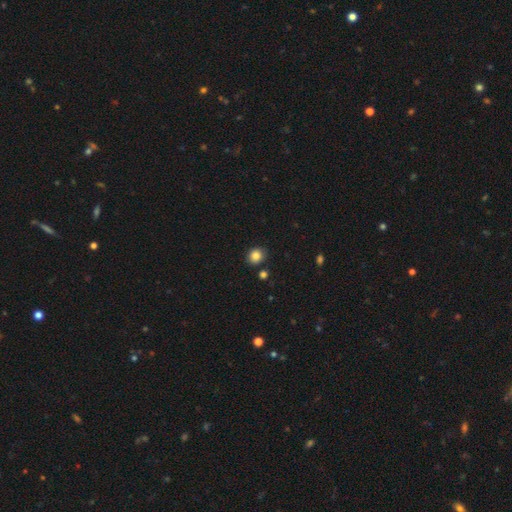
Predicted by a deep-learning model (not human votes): Overall: smooth (85%). How rounded: round (79%). Merging: none (86%).